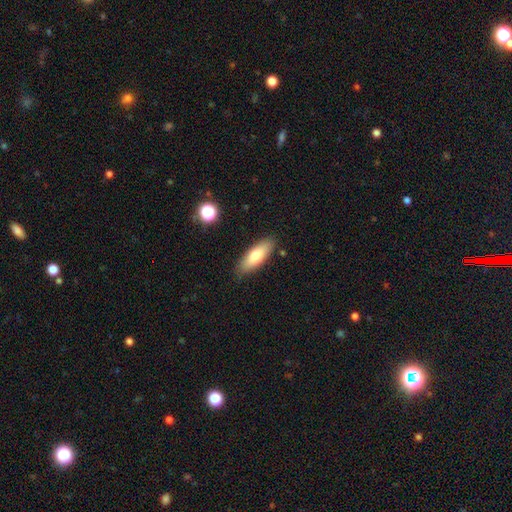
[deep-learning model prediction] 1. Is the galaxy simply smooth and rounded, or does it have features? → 72% smooth, 22% featured or disk, 7% star or artifact.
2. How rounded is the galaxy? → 63% in between, 35% cigar-shaped, 2% round.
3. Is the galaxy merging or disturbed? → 86% none, 10% minor disturbance, 2% major disturbance, 2% merger.